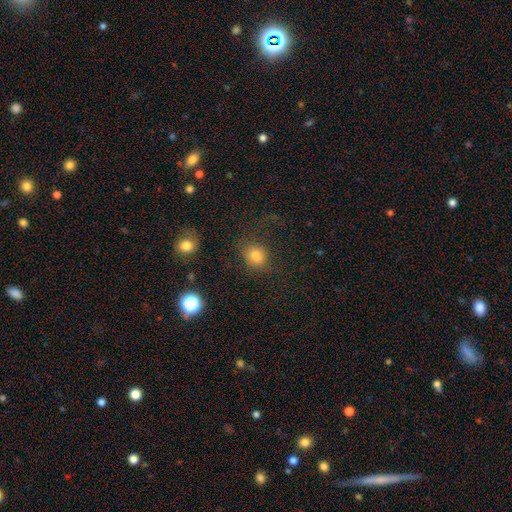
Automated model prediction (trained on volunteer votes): Smooth or featured?
  - smooth: 80% *
  - star or artifact: 14%
  - featured or disk: 7%
How rounded?
  - round: 77% *
  - in between: 22%
  - cigar-shaped: 1%
Merging?
  - none: 73% *
  - minor disturbance: 14%
  - major disturbance: 10%
  - merger: 3%